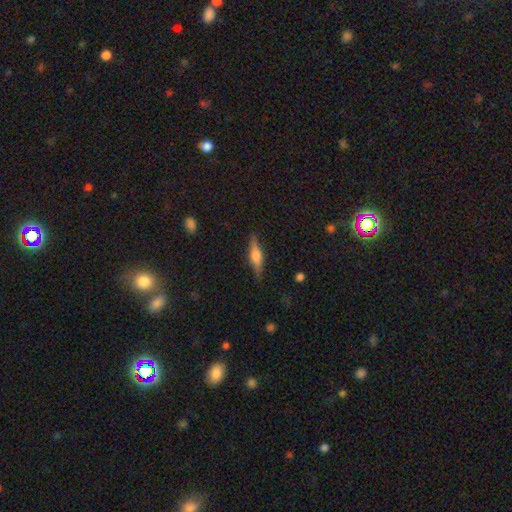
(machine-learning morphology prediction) Q: Smooth or featured?
A: featured or disk (55%); runner-up: smooth (39%)
Q: Edge-on disk?
A: yes (95%); runner-up: no (5%)
Q: Edge-on bulge?
A: rounded (86%); runner-up: boxy (10%)
Q: Merging?
A: none (85%); runner-up: minor disturbance (11%)